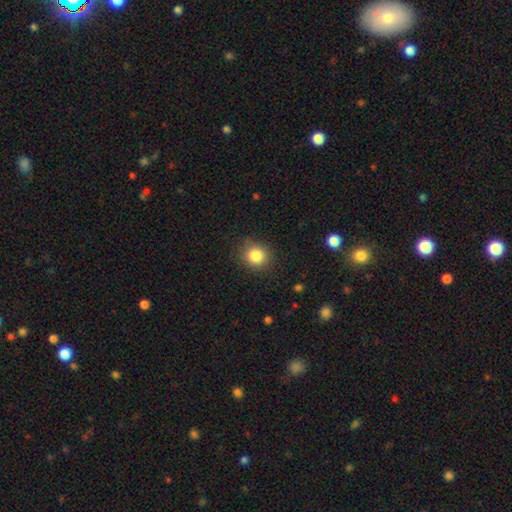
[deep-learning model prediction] A smooth galaxy with no disk features (84%) that is round (87%).

Vote fractions:
- Smooth or featured? smooth: 84% / star or artifact: 11% / featured or disk: 5%
- How rounded? round: 87% / in between: 12% / cigar-shaped: 1%
- Merging? none: 87% / minor disturbance: 9% / major disturbance: 3% / merger: 1%